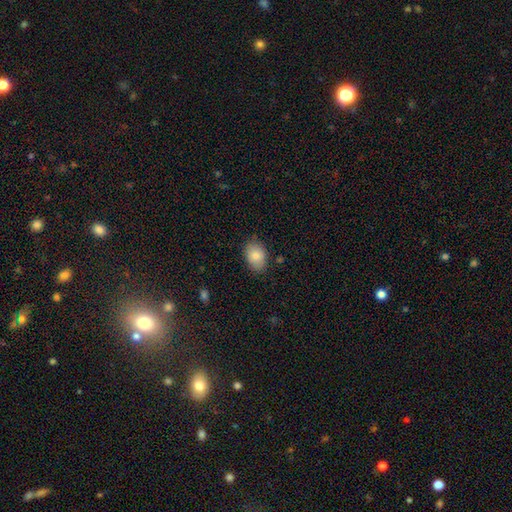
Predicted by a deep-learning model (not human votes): This is clearly a smooth galaxy (84%). How rounded: clearly in between (81%). Merging: clearly none (82%).